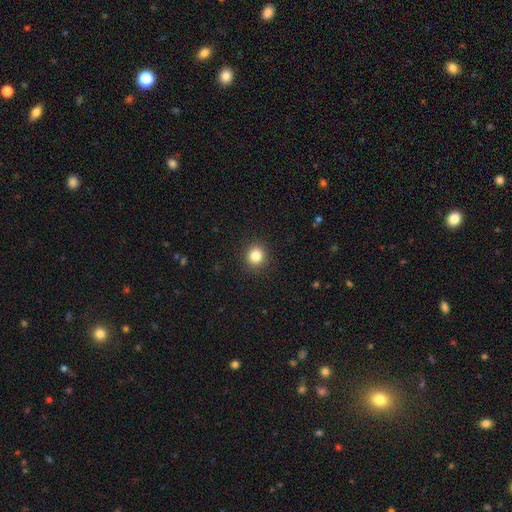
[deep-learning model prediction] smooth 84%, star or artifact 11%, featured or disk 5%. Down the decision tree: how rounded — round (88%); merging — none (91%).